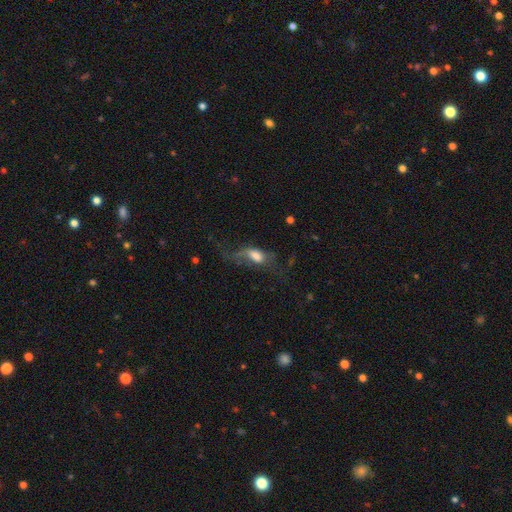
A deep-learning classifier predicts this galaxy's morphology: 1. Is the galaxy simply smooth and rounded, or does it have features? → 52% smooth, 37% featured or disk, 11% star or artifact.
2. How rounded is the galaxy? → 79% in between, 13% cigar-shaped, 8% round.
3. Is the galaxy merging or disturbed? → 47% major disturbance, 29% none, 21% minor disturbance, 4% merger.